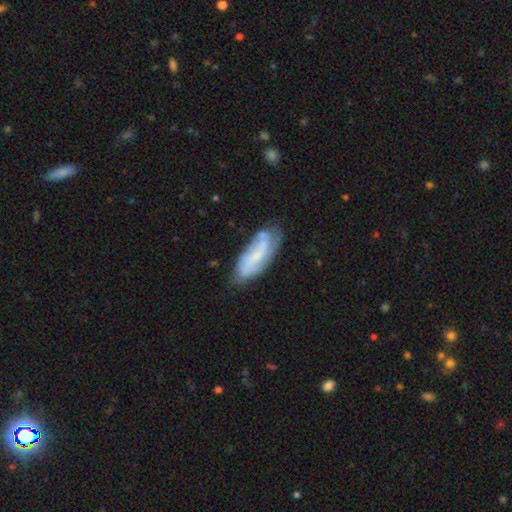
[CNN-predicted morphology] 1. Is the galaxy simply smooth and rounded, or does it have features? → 50% featured or disk, 43% smooth, 7% star or artifact.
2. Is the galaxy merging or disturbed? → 60% none, 26% minor disturbance, 9% major disturbance, 5% merger.